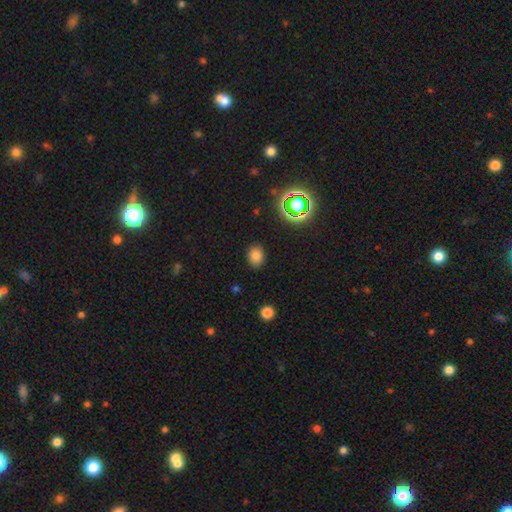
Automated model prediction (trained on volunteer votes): Overall: smooth (77%). How rounded: in between (58%; round 41%). Merging: none (86%).